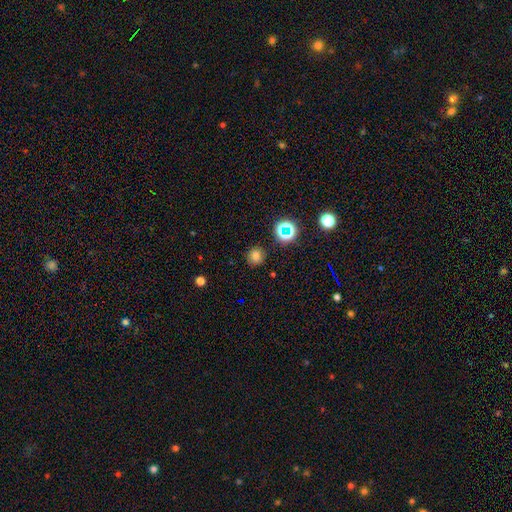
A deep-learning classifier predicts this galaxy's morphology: smooth 72%, star or artifact 20%, featured or disk 8%. Down the decision tree: how rounded — round (91%); merging — none (88%).